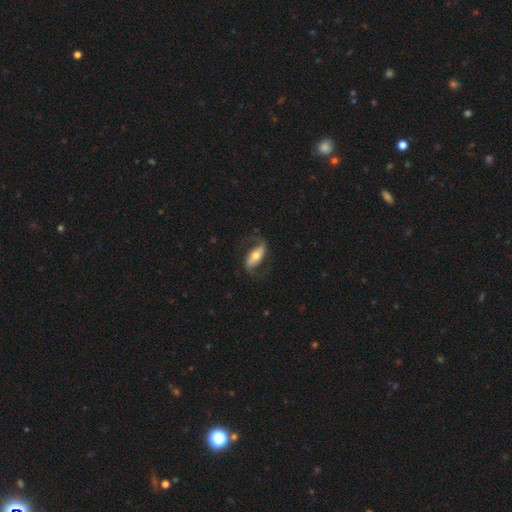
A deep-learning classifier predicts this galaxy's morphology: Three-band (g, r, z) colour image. It shows a featured or disk galaxy (74%) with a strong bar (49%), 2 (90%) loose (62%) spiral arms (90%) and a moderate central bulge (64%). Merging: none (72%).